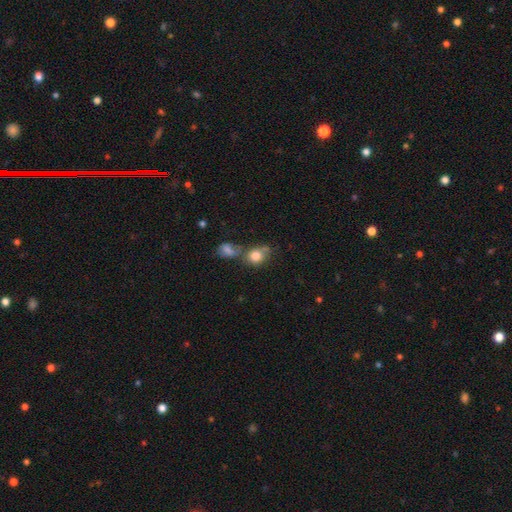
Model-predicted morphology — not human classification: type=smooth (81%); roundness=round (67%); merging=none (43%).